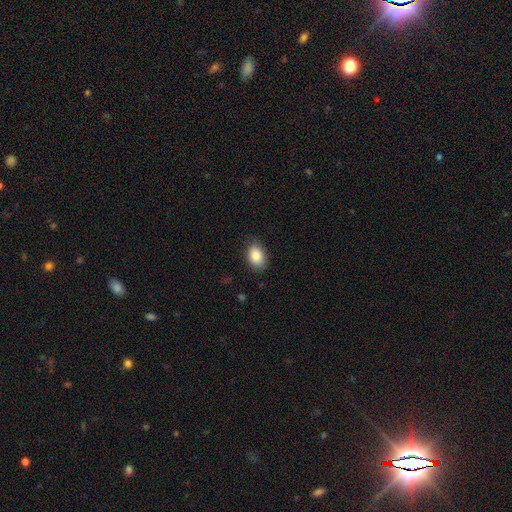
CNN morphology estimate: type=smooth (87%); roundness=in between (85%); merging=none (84%).